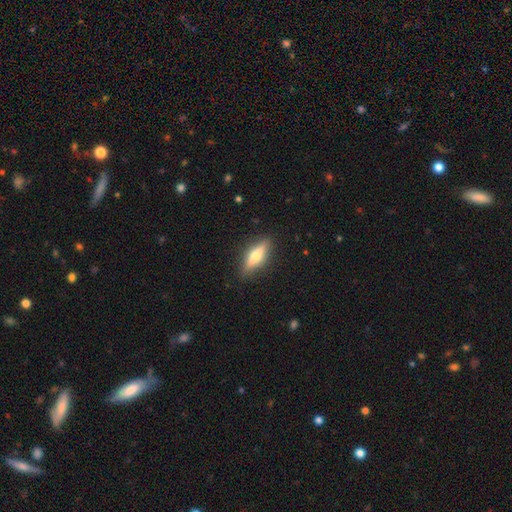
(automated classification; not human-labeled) featured or disk 48%, smooth 46%, star or artifact 6%. Down the decision tree: merging — none (87%).